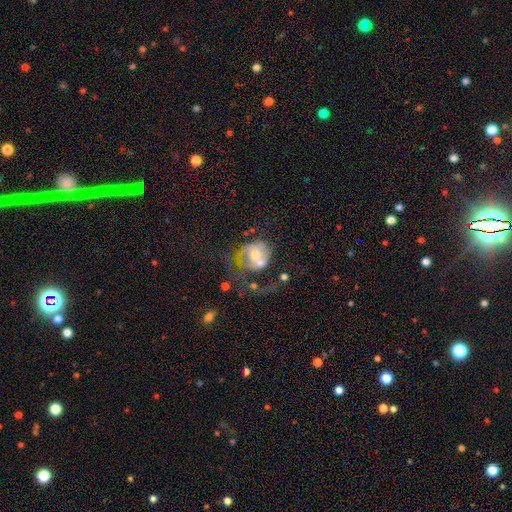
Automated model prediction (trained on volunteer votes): A featured or disk galaxy (50%).

Vote fractions:
- Smooth or featured? featured or disk: 50% / smooth: 41% / star or artifact: 9%
- Merging? merger: 37% / major disturbance: 31% / none: 19% / minor disturbance: 12%